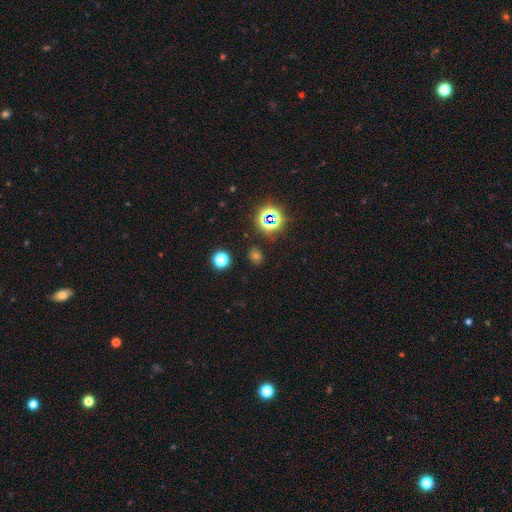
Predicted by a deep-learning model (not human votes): Smooth or featured? Predicted: smooth (p=0.52). How rounded? Predicted: round (p=0.71). Merging? Predicted: none (p=0.85).